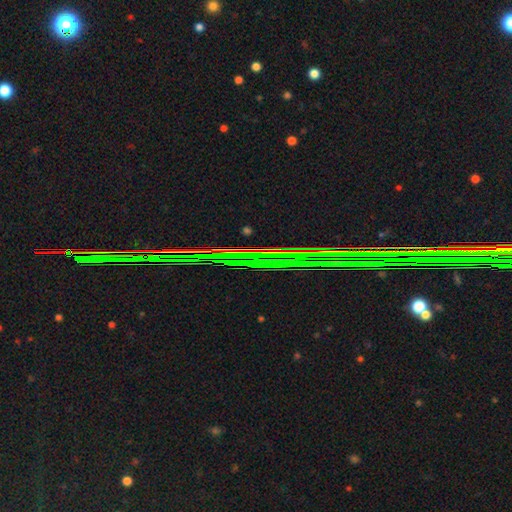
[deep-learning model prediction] A star or artifact, not a galaxy (86%).

Vote fractions:
- Smooth or featured? star or artifact: 86% / featured or disk: 8% / smooth: 6%